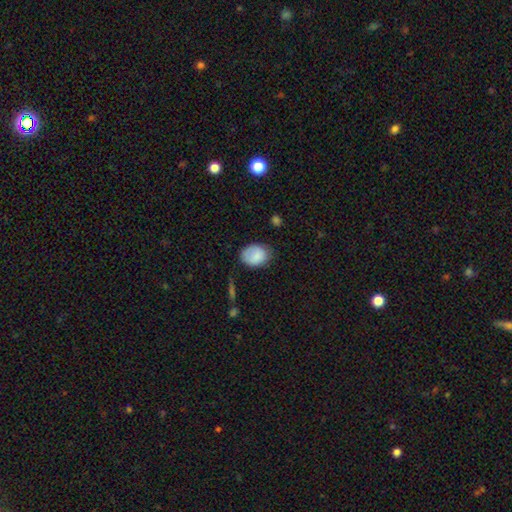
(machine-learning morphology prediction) type=smooth (84%); roundness=in between (67%); merging=none (65%).